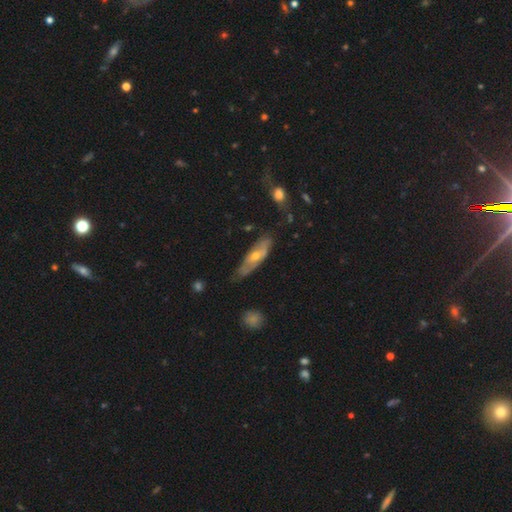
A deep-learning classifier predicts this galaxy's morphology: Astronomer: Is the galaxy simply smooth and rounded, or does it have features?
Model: featured or disk — 57% (runner-up: smooth, 37%).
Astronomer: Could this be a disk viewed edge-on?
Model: no — 54% (runner-up: yes, 46%).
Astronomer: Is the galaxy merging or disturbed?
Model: none — 62%.